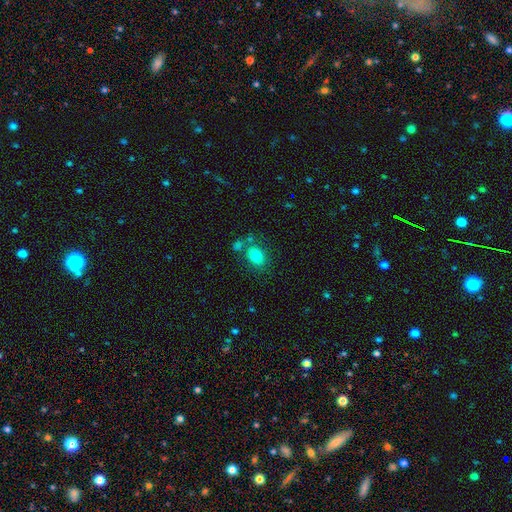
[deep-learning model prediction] A smooth galaxy with no disk features (80%) that is in between round and cigar-shaped (68%). Merging: none (65%).